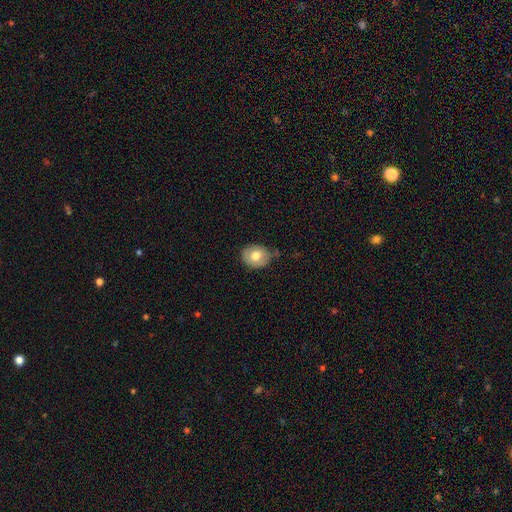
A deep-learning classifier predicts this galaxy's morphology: This appears to be a smooth galaxy with no disk features (71%) that is round (58%). Merging: none (68%).